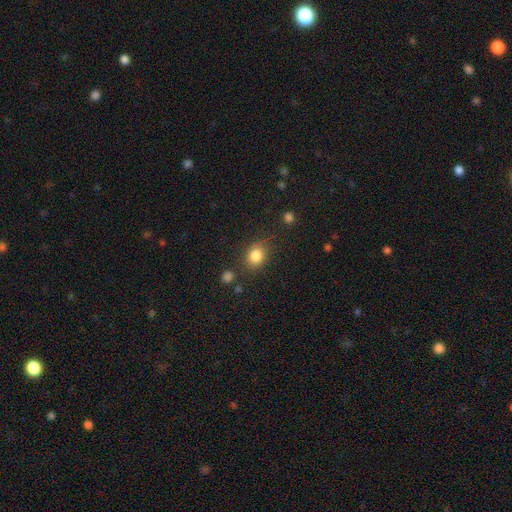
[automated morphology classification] Smooth or featured? Predicted: smooth (p=0.83). How rounded? Predicted: round (p=0.54). Merging? Predicted: none (p=0.78).